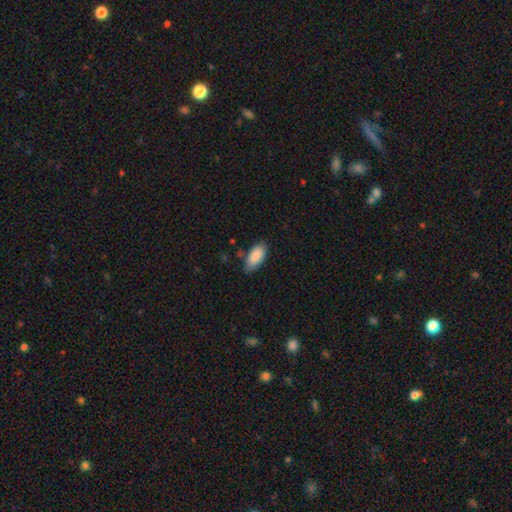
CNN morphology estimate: This appears to be a smooth galaxy with no disk features (89%) that is in between round and cigar-shaped (90%). Merging: none (76%).